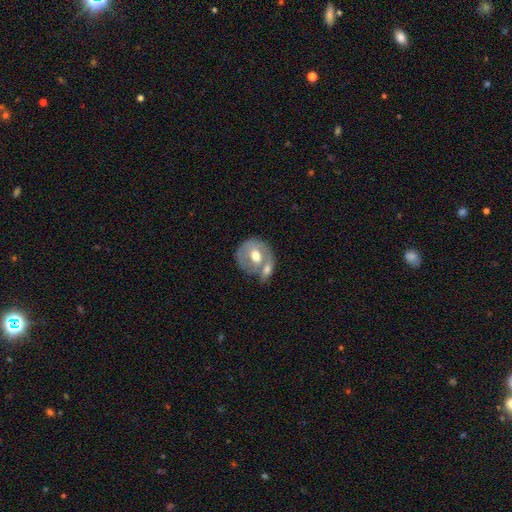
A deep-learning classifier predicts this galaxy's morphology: Smooth or featured?
  - smooth: 48% *
  - featured or disk: 46%
  - star or artifact: 5%
Merging?
  - merger: 43% *
  - none: 38%
  - minor disturbance: 13%
  - major disturbance: 6%